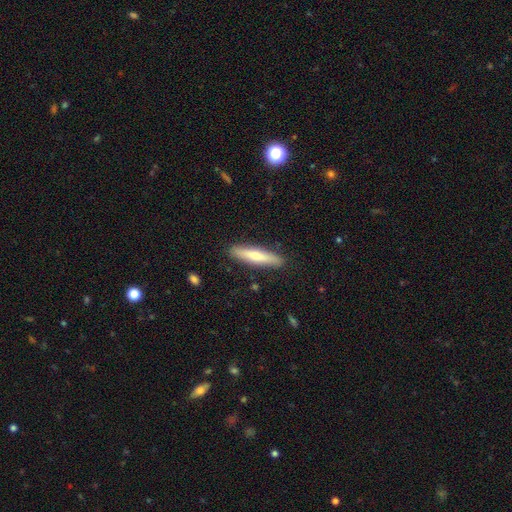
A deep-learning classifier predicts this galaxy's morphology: The model was most divided on "smooth or featured": smooth: 56%, featured or disk: 37%, star or artifact: 7%. More confident: merging — none (89%); how rounded — cigar-shaped (85%).